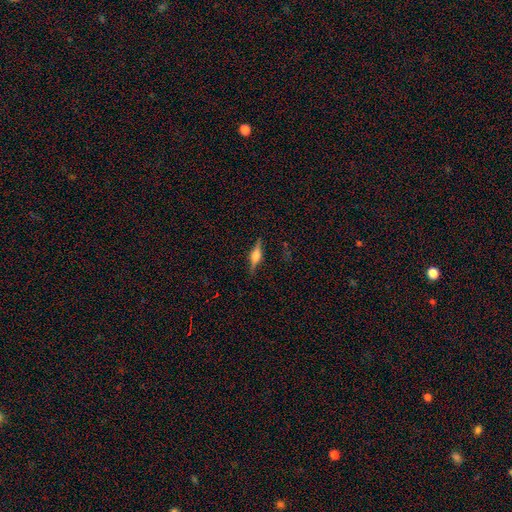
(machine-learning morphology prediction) Smooth or featured? Predicted: featured or disk (p=0.71). Edge-on disk? Predicted: yes (p=0.97). Edge-on bulge? Predicted: rounded (p=0.89). Merging? Predicted: none (p=0.87).